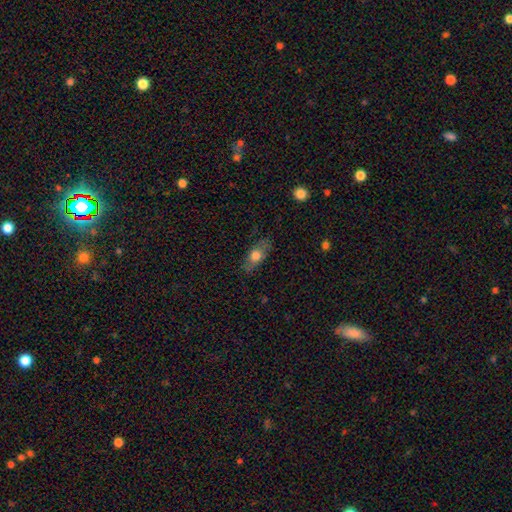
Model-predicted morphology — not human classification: Smooth or featured? Predicted: smooth (p=0.66). How rounded? Predicted: in between (p=0.75). Merging? Predicted: none (p=0.77).